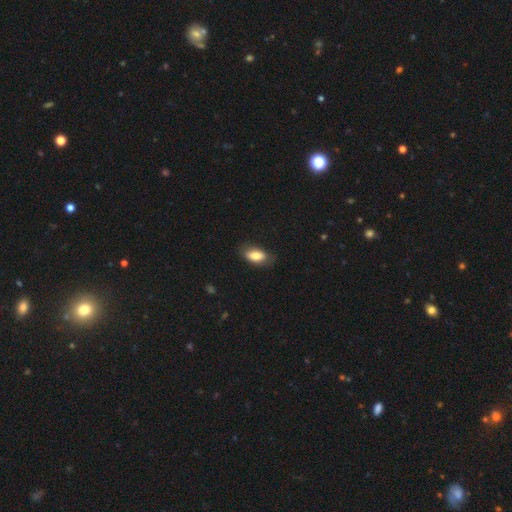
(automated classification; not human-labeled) This appears to be a smooth galaxy with no disk features (82%) that is in between round and cigar-shaped (90%). Merging: none (78%).